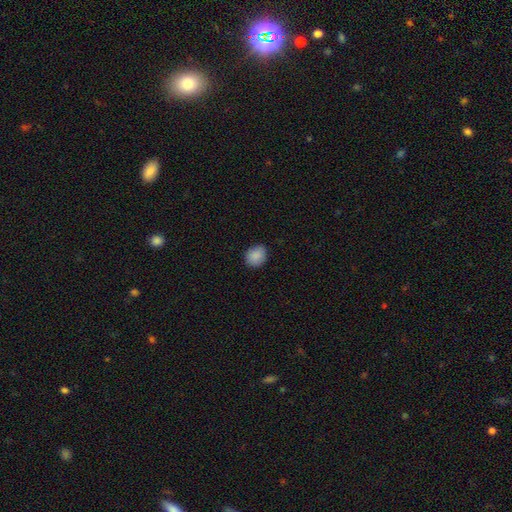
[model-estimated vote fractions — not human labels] Q: Smooth or featured?
A: smooth (89%); runner-up: star or artifact (8%)
Q: How rounded?
A: round (70%); runner-up: in between (29%)
Q: Merging?
A: none (85%); runner-up: minor disturbance (11%)